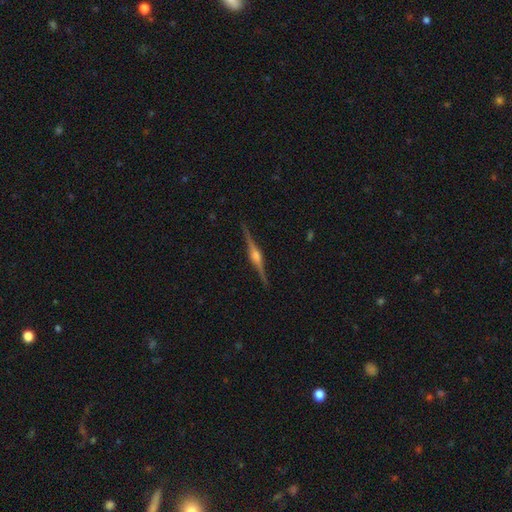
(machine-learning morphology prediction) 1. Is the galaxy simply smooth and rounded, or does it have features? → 88% featured or disk, 7% smooth, 5% star or artifact.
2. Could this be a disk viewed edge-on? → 99% yes, 1% no.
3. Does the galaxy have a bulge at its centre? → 90% rounded, 7% boxy, 3% none.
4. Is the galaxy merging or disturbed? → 92% none, 6% minor disturbance, 1% major disturbance, 1% merger.